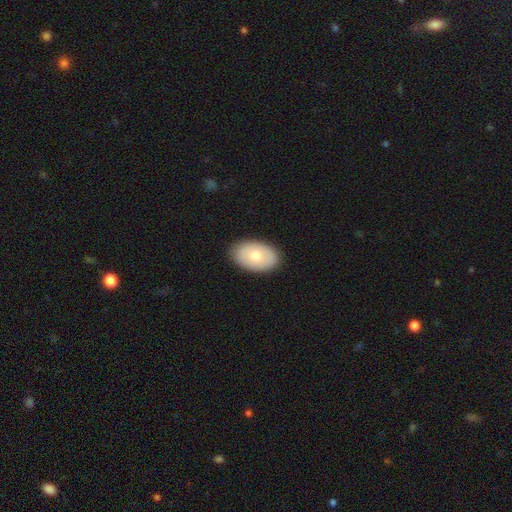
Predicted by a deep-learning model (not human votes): smooth 70%, featured or disk 24%, star or artifact 6%. Down the decision tree: how rounded — in between (90%); merging — none (88%).